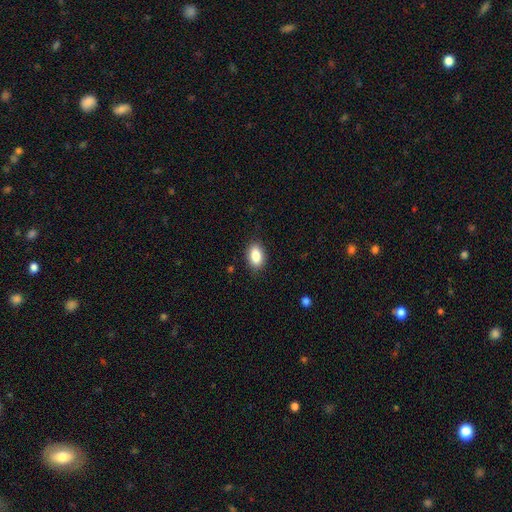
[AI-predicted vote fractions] A smooth galaxy with no disk features (86%) that is in between round and cigar-shaped (89%). Merging: none (87%).